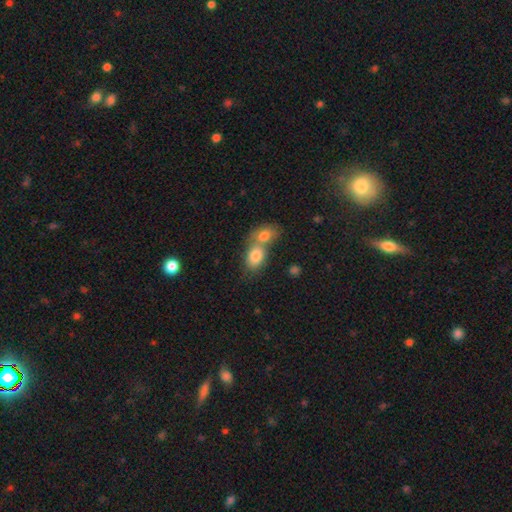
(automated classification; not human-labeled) This appears to be a smooth galaxy with no disk features (80%) that is in between round and cigar-shaped (79%). Merging: merger (63%).